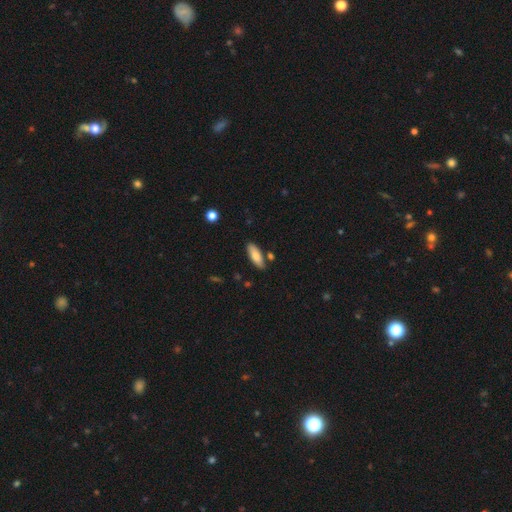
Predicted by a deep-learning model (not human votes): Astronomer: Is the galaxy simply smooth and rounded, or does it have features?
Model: smooth — 81%.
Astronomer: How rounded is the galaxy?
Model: in between — 66%.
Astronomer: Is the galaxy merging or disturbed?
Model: none — 81%.